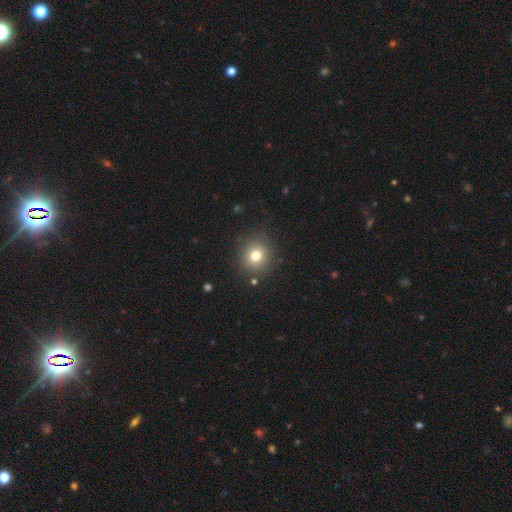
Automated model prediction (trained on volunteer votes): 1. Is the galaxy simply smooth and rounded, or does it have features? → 76% smooth, 14% star or artifact, 10% featured or disk.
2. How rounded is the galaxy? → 89% round, 10% in between, 1% cigar-shaped.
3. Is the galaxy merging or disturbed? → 87% none, 8% minor disturbance, 3% major disturbance, 2% merger.